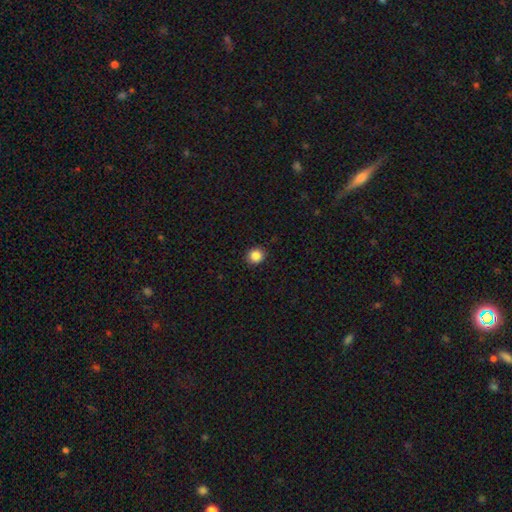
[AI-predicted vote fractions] Morphology: type=smooth (86%); roundness=round (90%); merging=none (92%).